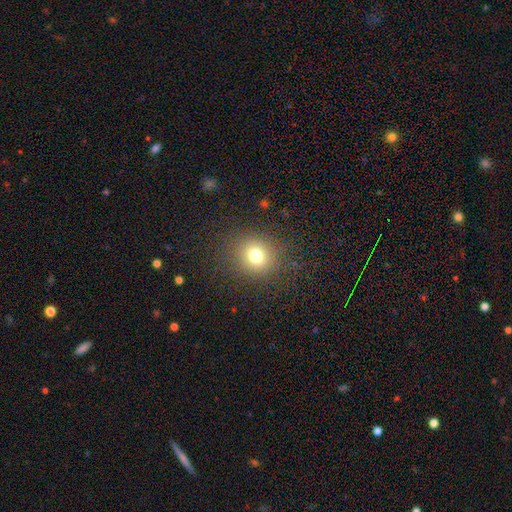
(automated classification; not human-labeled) This appears to be a smooth galaxy with no disk features (75%) that is round (83%). Merging: none (86%).